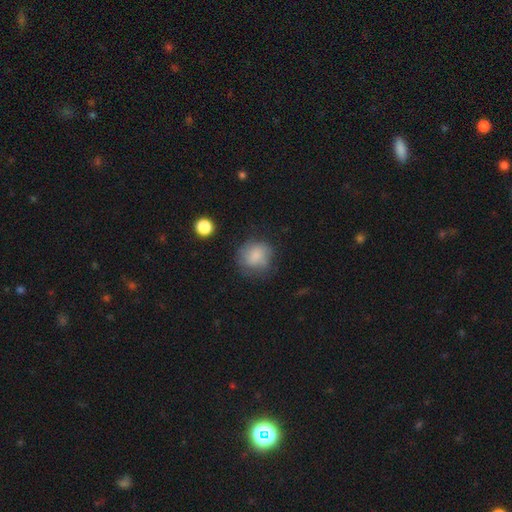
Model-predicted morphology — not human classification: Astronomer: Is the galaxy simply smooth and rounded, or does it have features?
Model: smooth — 78%.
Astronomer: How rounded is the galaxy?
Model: round — 81%.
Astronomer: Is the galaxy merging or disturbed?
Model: none — 63%.